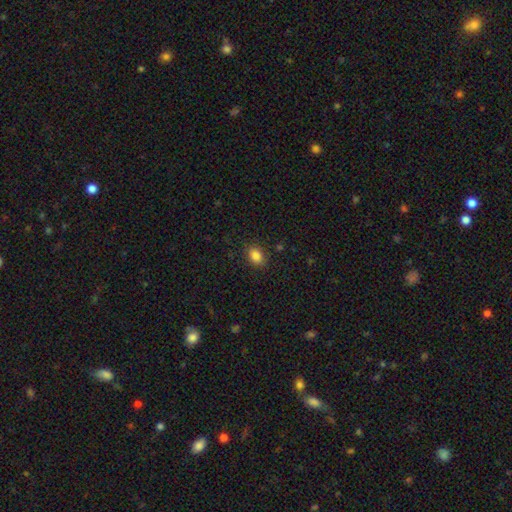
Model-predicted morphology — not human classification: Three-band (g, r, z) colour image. It shows a smooth galaxy with no disk features (85%) that is in between round and cigar-shaped (66%). Merging: none (87%).